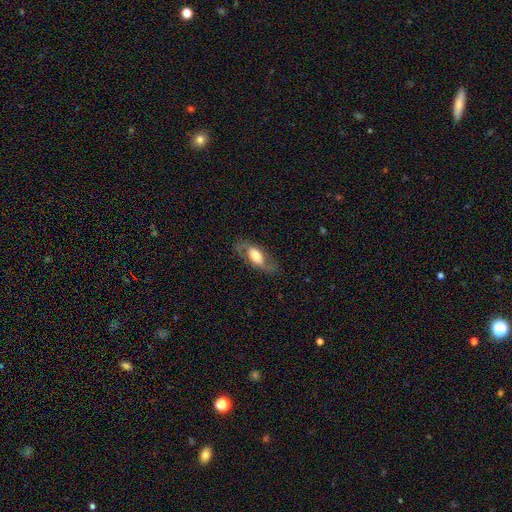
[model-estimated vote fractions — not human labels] A featured or disk galaxy (57%).

Vote fractions:
- Smooth or featured? featured or disk: 57% / smooth: 37% / star or artifact: 7%
- Edge-on disk? no: 85% / yes: 15%
- Merging? none: 75% / minor disturbance: 16% / major disturbance: 9% / merger: 1%